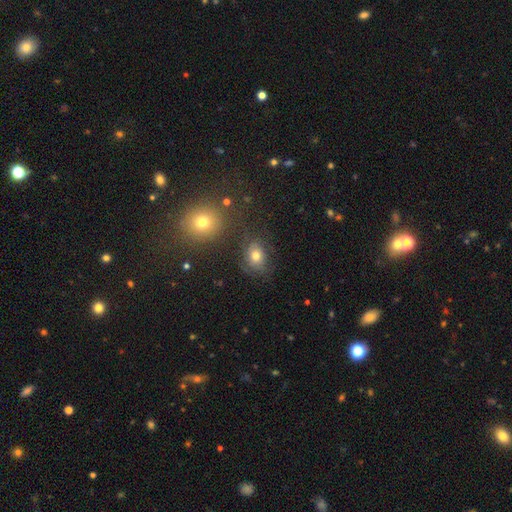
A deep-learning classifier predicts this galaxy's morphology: Overall: smooth (70%). How rounded: in between (53%; round 46%). Merging: none (68%).